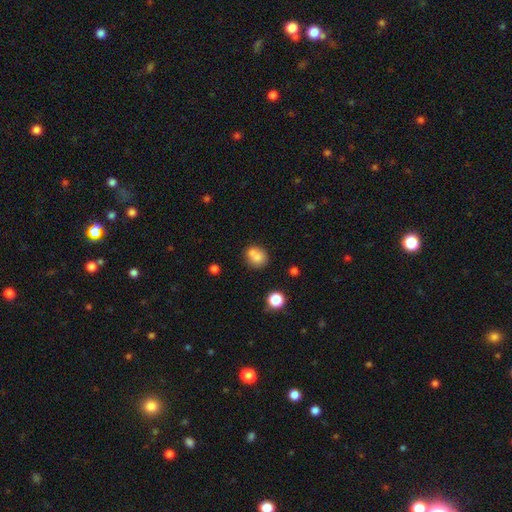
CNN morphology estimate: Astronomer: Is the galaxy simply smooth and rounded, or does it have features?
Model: smooth — 75%.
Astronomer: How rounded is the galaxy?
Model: round — 72%.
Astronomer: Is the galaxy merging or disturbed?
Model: none — 44% (runner-up: merger, 42%).